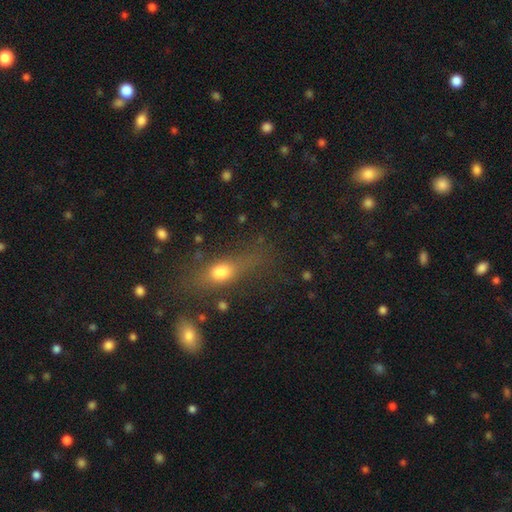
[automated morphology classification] Overall: smooth (52%; featured or disk 28%). How rounded: in between (47%; cigar-shaped 38%). Merging: none (64%).